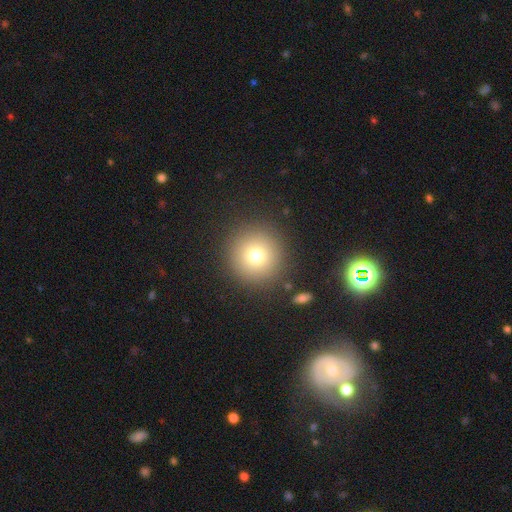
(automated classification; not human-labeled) A smooth galaxy with no disk features (74%) that is round (95%).

Vote fractions:
- Smooth or featured? smooth: 74% / star or artifact: 14% / featured or disk: 12%
- How rounded? round: 95% / in between: 4% / cigar-shaped: 1%
- Merging? none: 88% / minor disturbance: 6% / major disturbance: 3% / merger: 2%